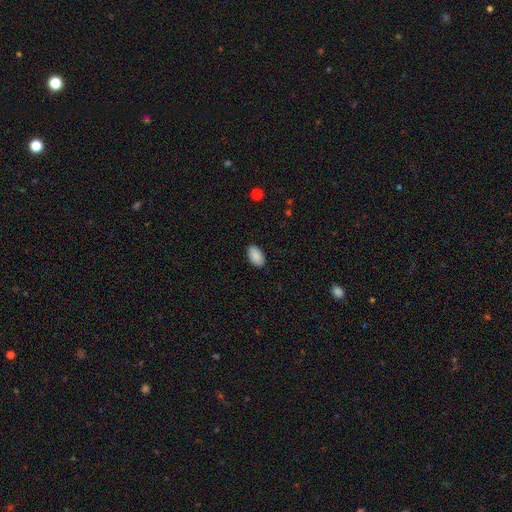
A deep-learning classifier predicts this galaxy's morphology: Smooth or featured?
  - smooth: 90% *
  - star or artifact: 7%
  - featured or disk: 3%
How rounded?
  - in between: 95% *
  - round: 4%
  - cigar-shaped: 1%
Merging?
  - none: 89% *
  - minor disturbance: 8%
  - major disturbance: 2%
  - merger: 1%